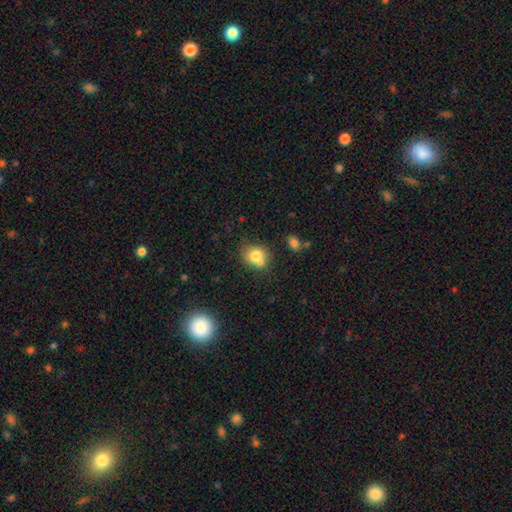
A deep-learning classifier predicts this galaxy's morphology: Smooth or featured?
  - smooth: 77% *
  - featured or disk: 13%
  - star or artifact: 10%
How rounded?
  - round: 65% *
  - in between: 34%
  - cigar-shaped: 1%
Merging?
  - none: 48% *
  - merger: 31%
  - minor disturbance: 15%
  - major disturbance: 5%